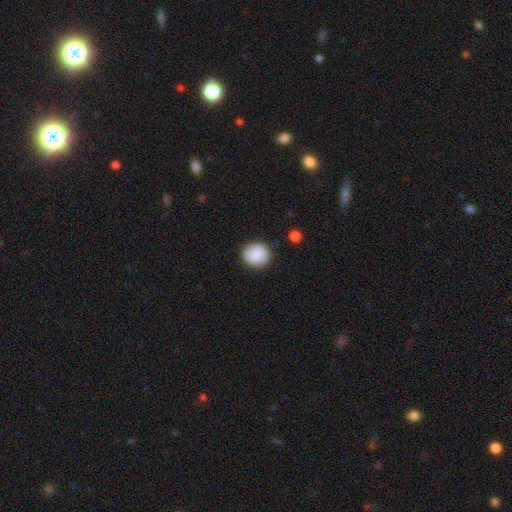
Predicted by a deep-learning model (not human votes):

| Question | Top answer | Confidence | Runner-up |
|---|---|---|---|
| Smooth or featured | smooth | 82% | featured or disk (11%) |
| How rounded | round | 81% | in between (18%) |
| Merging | none | 87% | minor disturbance (9%) |